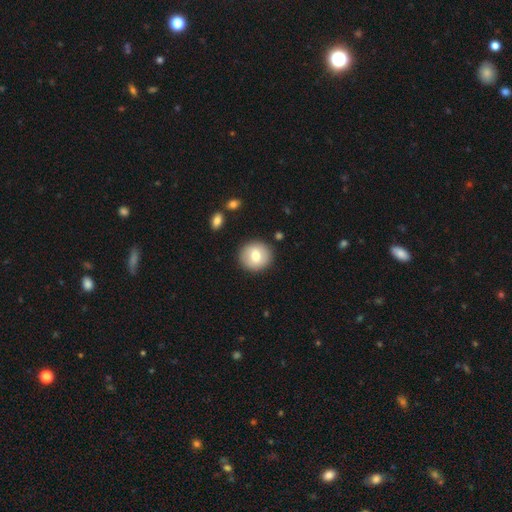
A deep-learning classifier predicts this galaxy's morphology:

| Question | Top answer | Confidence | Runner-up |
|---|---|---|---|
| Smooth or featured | smooth | 73% | featured or disk (19%) |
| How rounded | round | 89% | in between (10%) |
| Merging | none | 89% | minor disturbance (7%) |